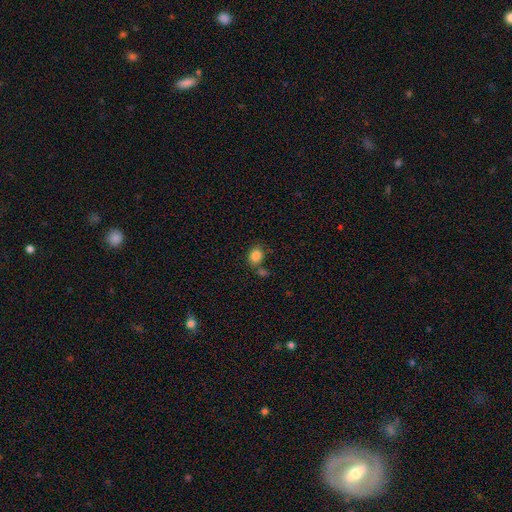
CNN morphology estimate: Q: Smooth or featured?
A: smooth (85%); runner-up: star or artifact (9%)
Q: How rounded?
A: in between (55%); runner-up: round (44%)
Q: Merging?
A: none (62%); runner-up: merger (19%)